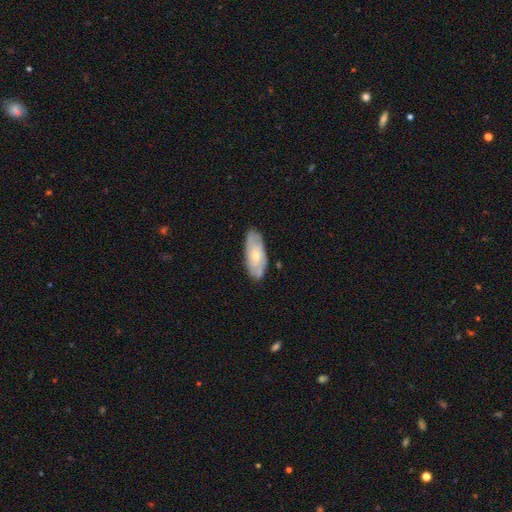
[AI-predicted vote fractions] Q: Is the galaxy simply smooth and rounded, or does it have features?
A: featured or disk — 52%.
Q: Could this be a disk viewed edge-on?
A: no — 87%.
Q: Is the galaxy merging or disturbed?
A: none — 76%.